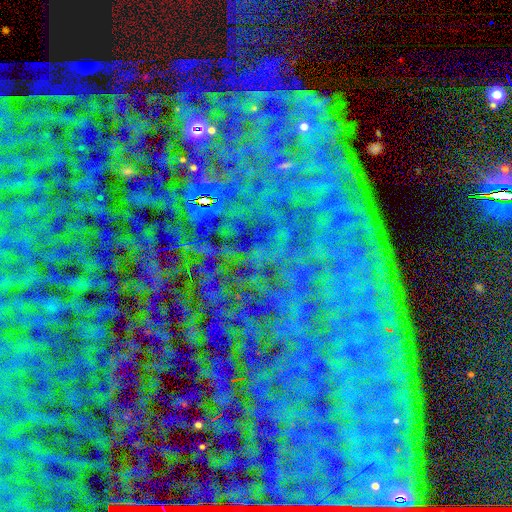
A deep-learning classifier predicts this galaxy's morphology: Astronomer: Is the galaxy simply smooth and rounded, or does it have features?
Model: star or artifact — 86%.